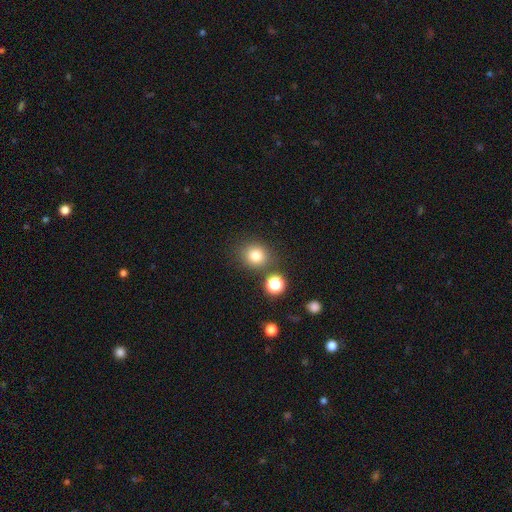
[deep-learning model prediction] Q: Smooth or featured?
A: smooth (80%); runner-up: star or artifact (14%)
Q: How rounded?
A: round (83%); runner-up: in between (16%)
Q: Merging?
A: none (79%); runner-up: minor disturbance (10%)